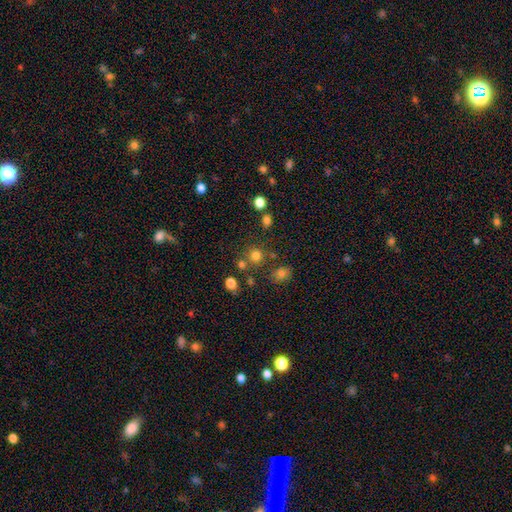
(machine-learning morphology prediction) smooth 76%, star or artifact 18%, featured or disk 7%. Down the decision tree: how rounded — round (89%); merging — none (72%).